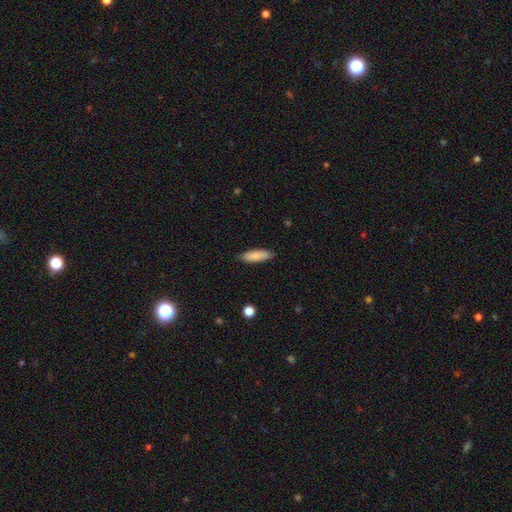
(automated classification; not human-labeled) Q: Smooth or featured?
A: smooth (86%); runner-up: featured or disk (8%)
Q: How rounded?
A: in between (50%); runner-up: cigar-shaped (49%)
Q: Merging?
A: none (85%); runner-up: minor disturbance (12%)